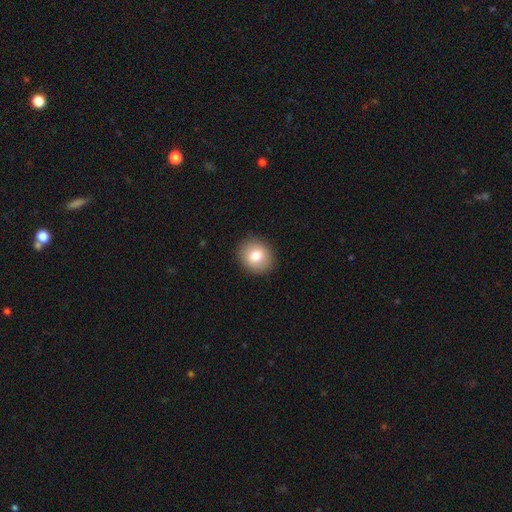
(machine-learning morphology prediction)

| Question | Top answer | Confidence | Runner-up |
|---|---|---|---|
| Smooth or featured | smooth | 81% | featured or disk (11%) |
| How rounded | round | 77% | in between (22%) |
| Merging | none | 91% | minor disturbance (6%) |